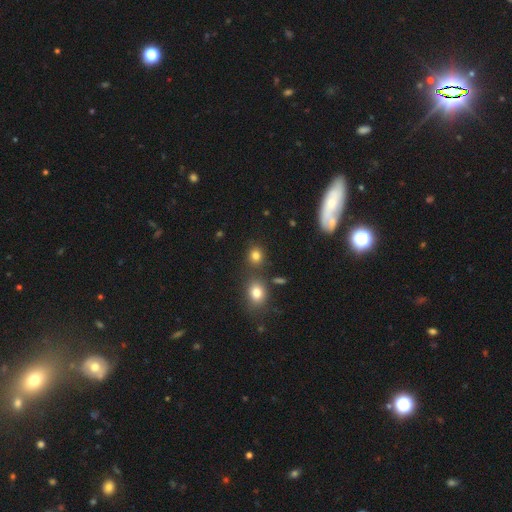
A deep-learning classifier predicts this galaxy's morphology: A smooth galaxy with no disk features (80%) that is round (75%). Merging: none (76%).